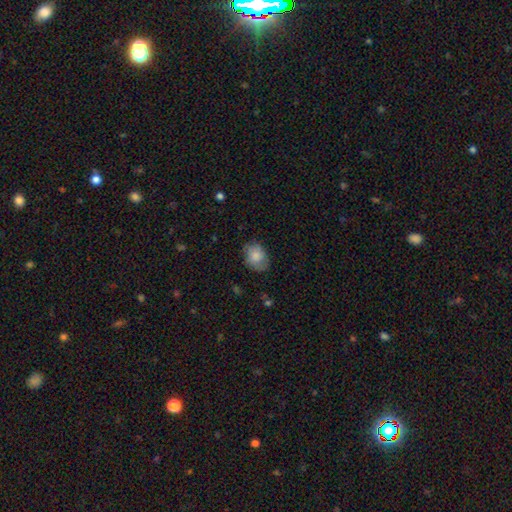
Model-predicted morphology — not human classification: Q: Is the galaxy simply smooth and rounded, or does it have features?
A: smooth — 79%.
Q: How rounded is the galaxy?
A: in between — 64%.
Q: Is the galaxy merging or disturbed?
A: none — 70%.